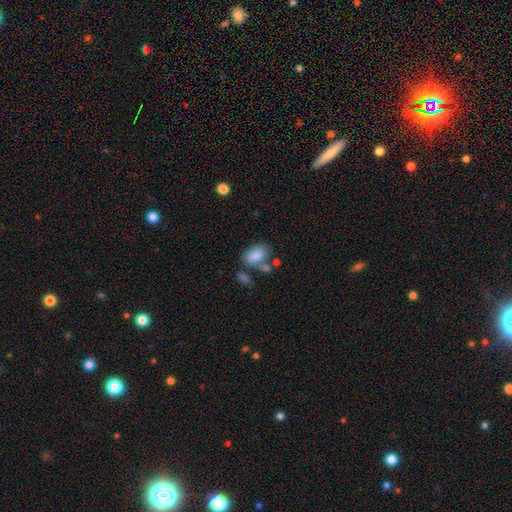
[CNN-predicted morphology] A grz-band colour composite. It shows a smooth galaxy with no disk features (84%) that is in between round and cigar-shaped (90%). Merging: none (52%).